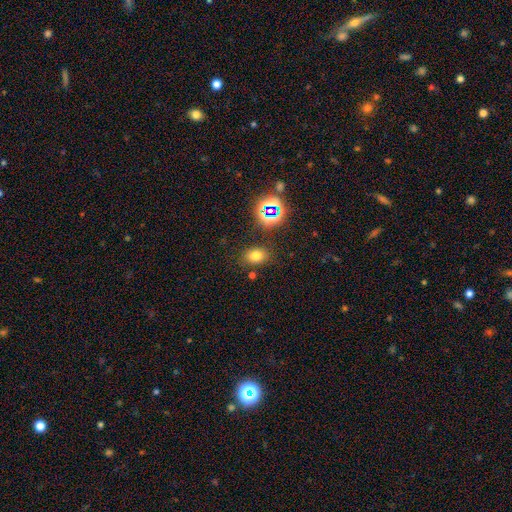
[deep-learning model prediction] This appears to be a smooth galaxy with no disk features (70%) that is in between round and cigar-shaped (70%). Merging: none (81%).